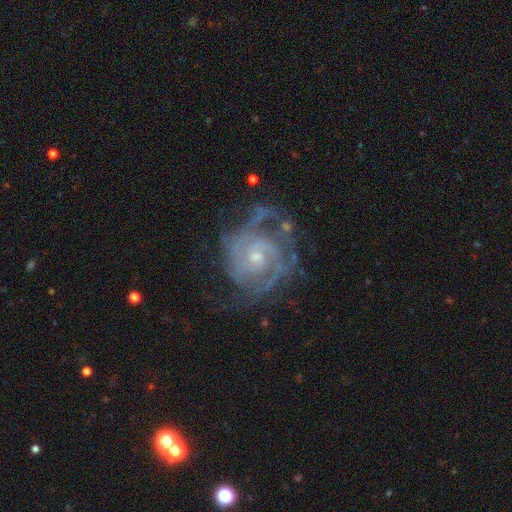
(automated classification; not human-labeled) This is clearly a featured or disk galaxy (88%). It is clearly not viewed edge-on (98%). Bar: likely no (63%). Spiral arm pattern: clearly yes (96%). Spiral arm count: marginally 2 (43%). Spiral winding: likely tight (61%). Central bulge: possibly small (59%). Merging: likely none (61%).